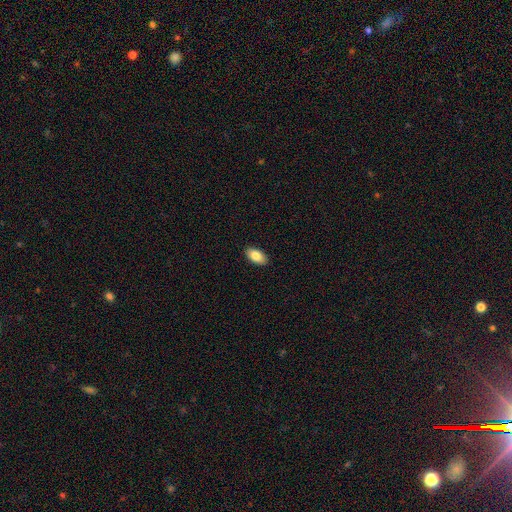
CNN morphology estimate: Smooth or featured? smooth (84%)
How rounded? in between (94%)
Merging? none (90%)